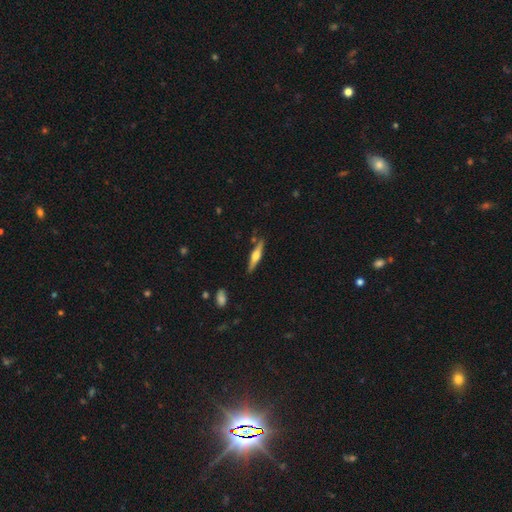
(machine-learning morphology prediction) This appears to be a featured or disk galaxy (62%) viewed edge-on (97%) with a rounded central bulge (89%). Merging: none (86%).